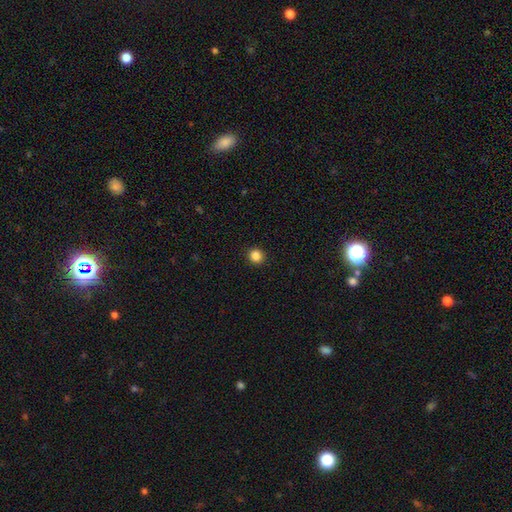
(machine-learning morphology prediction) smooth-or-featured: smooth: 86% | star or artifact: 11% | featured or disk: 3%
  how-rounded: round: 94% | in between: 5% | cigar-shaped: 1%
  merging: none: 93% | minor disturbance: 4% | major disturbance: 2% | merger: 1%